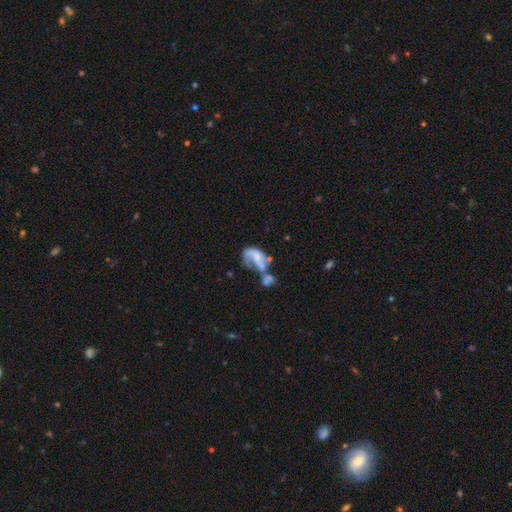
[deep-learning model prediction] Smooth or featured? Predicted: featured or disk (p=0.57). Edge-on disk? Predicted: no (p=0.97). Bar? Predicted: no (p=0.67). Spiral arms? Predicted: yes (p=0.60). Bulge size? Predicted: small (p=0.36). Merging? Predicted: merger (p=0.46).